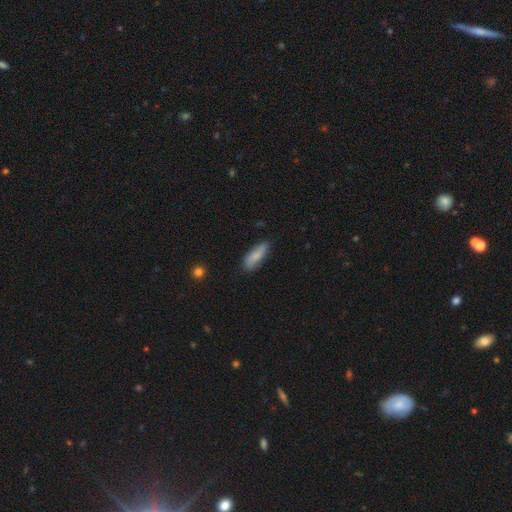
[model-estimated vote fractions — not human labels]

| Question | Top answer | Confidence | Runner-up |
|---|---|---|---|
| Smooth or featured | smooth | 78% | featured or disk (16%) |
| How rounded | in between | 58% | cigar-shaped (40%) |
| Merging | none | 78% | minor disturbance (17%) |